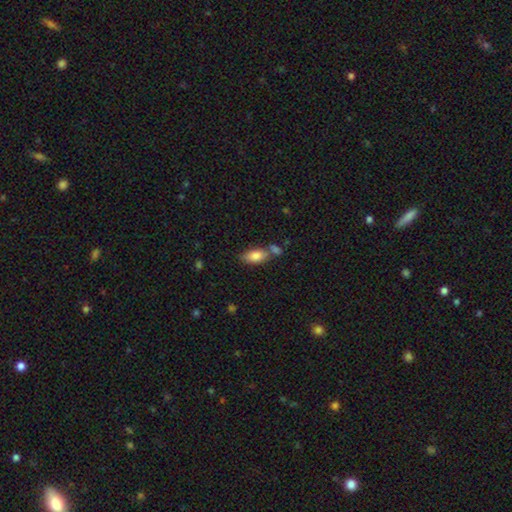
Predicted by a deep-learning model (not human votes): This appears to be a smooth galaxy with no disk features (82%) that is in between round and cigar-shaped (88%). Merging: none (53%).